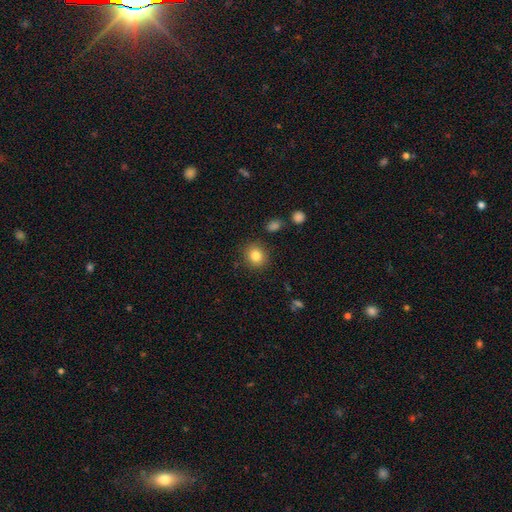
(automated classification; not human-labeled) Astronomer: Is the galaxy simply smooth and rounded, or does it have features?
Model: smooth — 83%.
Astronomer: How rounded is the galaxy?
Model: round — 78%.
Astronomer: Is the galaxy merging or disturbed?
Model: none — 88%.